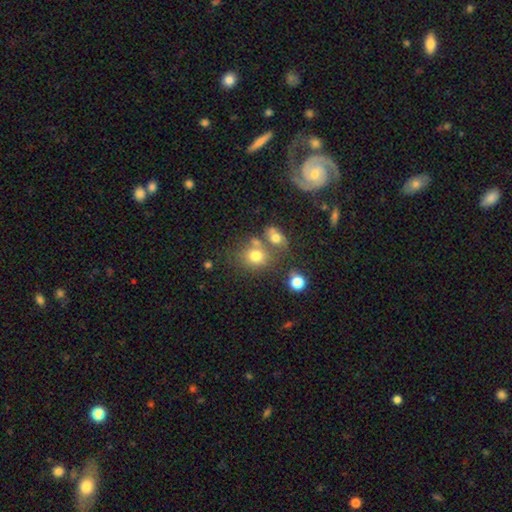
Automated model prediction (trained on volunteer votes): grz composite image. It shows a smooth galaxy with no disk features (73%) that is round (71%). Merging: none (55%).